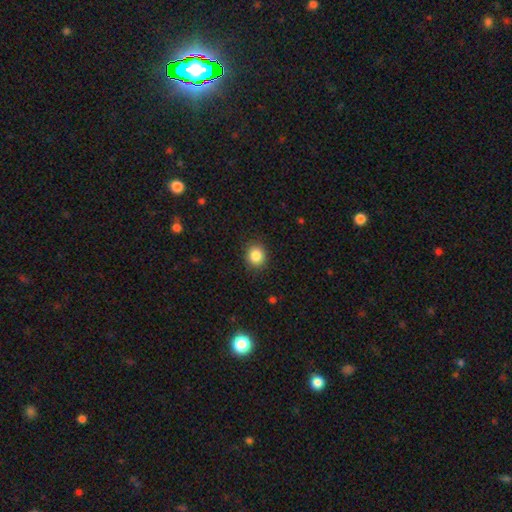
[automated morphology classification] type=smooth (86%); roundness=round (79%); merging=none (89%).